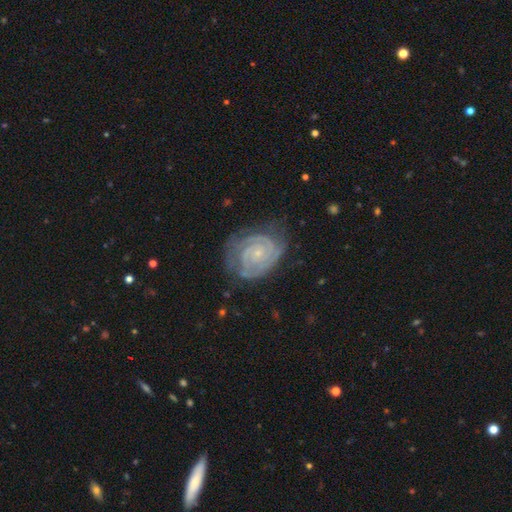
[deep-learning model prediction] Smooth or featured? featured or disk (67%)
Edge-on disk? no (97%)
Bar? no (71%)
Spiral arms? yes (88%)
Spiral winding? tight (71%)
Spiral arm count? can't tell (44%)
Bulge size? small (72%)
Merging? none (72%)